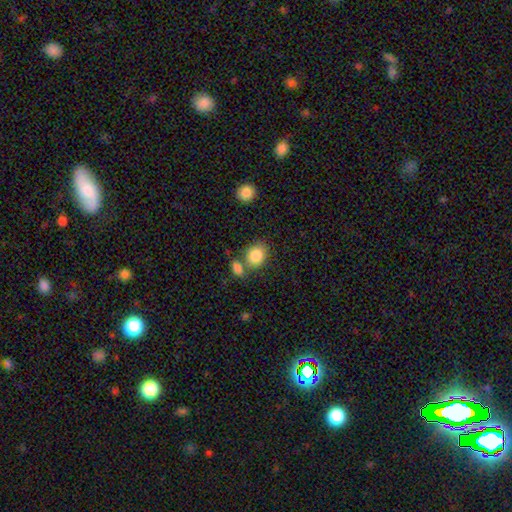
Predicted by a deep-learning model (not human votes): Smooth or featured: smooth — 86% (star or artifact — 8%)
How rounded: in between — 51% (round — 48%)
Merging: none — 56% (merger — 27%)